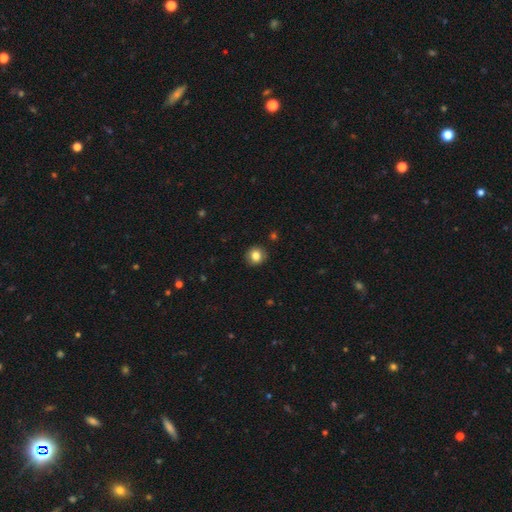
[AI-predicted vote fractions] Q: Smooth or featured?
A: smooth (83%); runner-up: star or artifact (10%)
Q: How rounded?
A: round (88%); runner-up: in between (11%)
Q: Merging?
A: none (90%); runner-up: minor disturbance (7%)